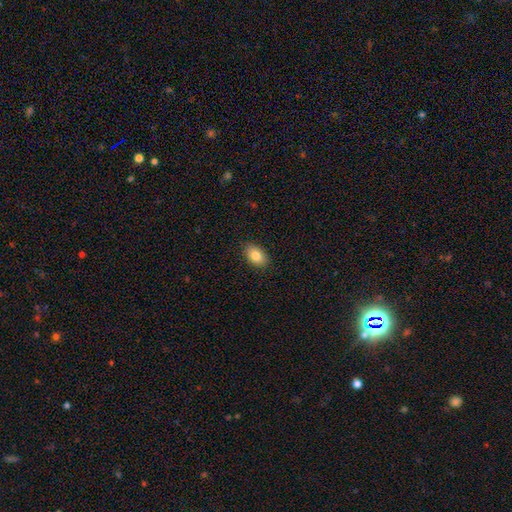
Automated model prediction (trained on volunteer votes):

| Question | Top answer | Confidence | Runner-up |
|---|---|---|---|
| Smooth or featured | smooth | 84% | featured or disk (8%) |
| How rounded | in between | 90% | round (8%) |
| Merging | none | 89% | minor disturbance (9%) |